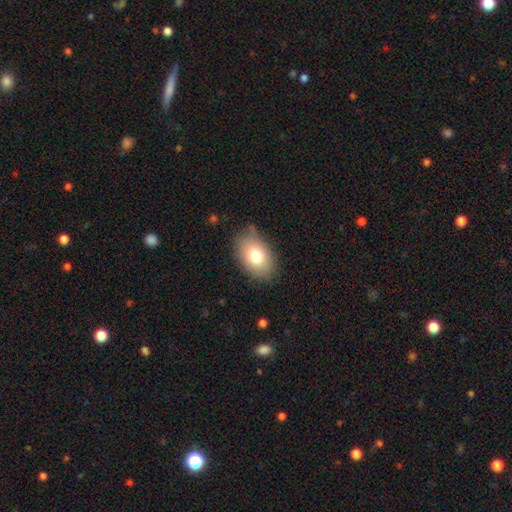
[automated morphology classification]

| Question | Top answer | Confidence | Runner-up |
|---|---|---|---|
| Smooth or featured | smooth | 77% | featured or disk (15%) |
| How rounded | in between | 87% | round (12%) |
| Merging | none | 78% | minor disturbance (17%) |